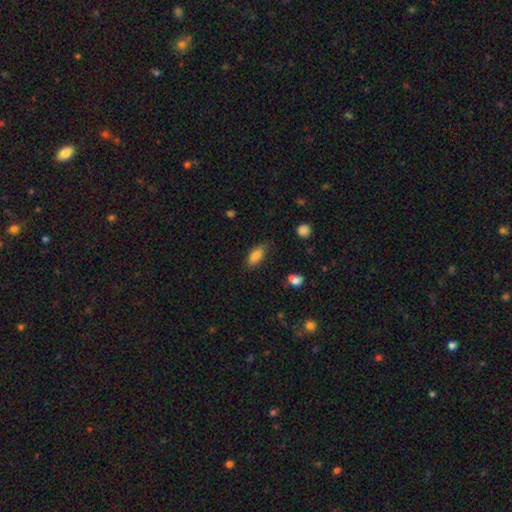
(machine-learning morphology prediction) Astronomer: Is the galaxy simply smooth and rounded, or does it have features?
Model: smooth — 82%.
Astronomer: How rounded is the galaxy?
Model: in between — 84%.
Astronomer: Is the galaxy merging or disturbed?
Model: none — 78%.